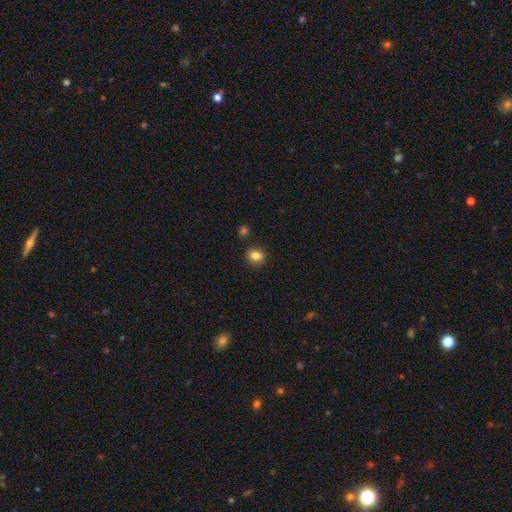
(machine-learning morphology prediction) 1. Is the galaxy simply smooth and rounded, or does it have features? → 83% smooth, 11% star or artifact, 5% featured or disk.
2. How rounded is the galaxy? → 76% round, 23% in between, 1% cigar-shaped.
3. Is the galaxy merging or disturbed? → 87% none, 8% minor disturbance, 3% merger, 2% major disturbance.